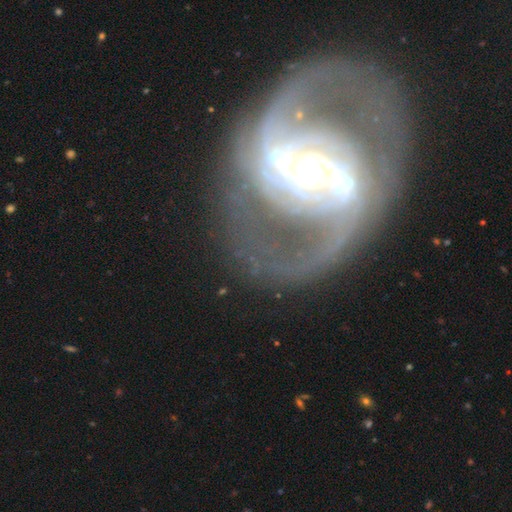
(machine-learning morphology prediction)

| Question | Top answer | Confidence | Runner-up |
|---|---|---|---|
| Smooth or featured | featured or disk | 89% | star or artifact (6%) |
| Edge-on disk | no | 97% | yes (3%) |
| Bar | strong | 35% | weak (33%) |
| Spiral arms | yes | 94% | no (6%) |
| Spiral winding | medium | 52% | tight (27%) |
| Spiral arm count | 2 | 86% | can't tell (4%) |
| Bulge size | moderate | 57% | large (21%) |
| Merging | none | 68% | minor disturbance (14%) |